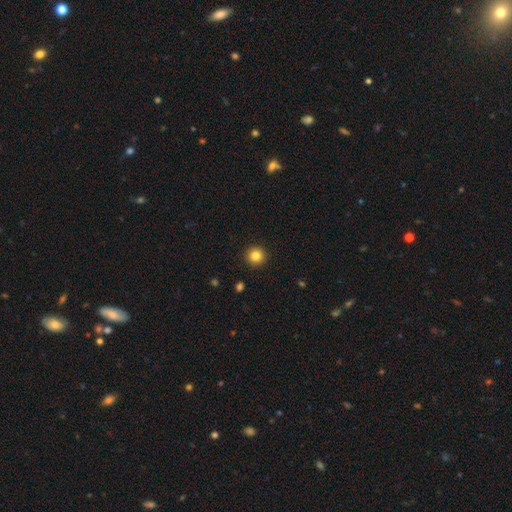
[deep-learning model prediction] A smooth galaxy with no disk features (84%) that is round (95%). Merging: none (93%).